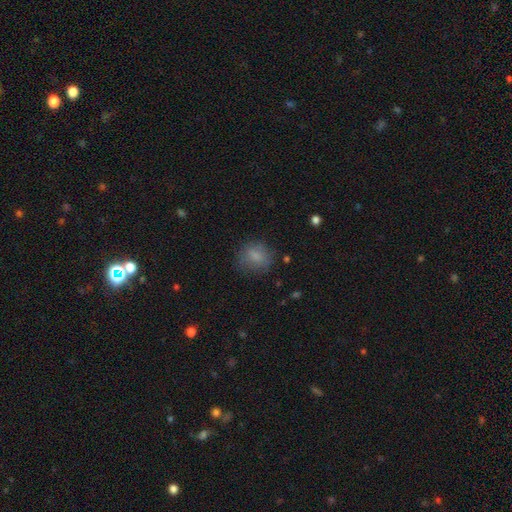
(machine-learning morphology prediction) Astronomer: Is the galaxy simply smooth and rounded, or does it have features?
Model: smooth — 80%.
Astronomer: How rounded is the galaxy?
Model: round — 69%.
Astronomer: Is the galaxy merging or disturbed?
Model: none — 72%.